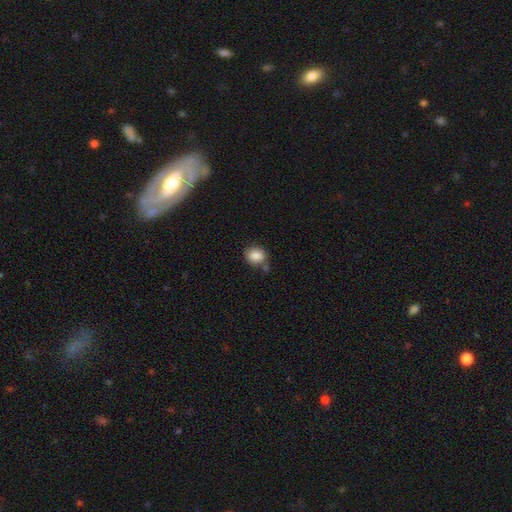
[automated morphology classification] The model was most divided on "how rounded": round: 64%, in between: 35%, cigar-shaped: 1%. More confident: smooth or featured — smooth (86%); merging — none (69%).